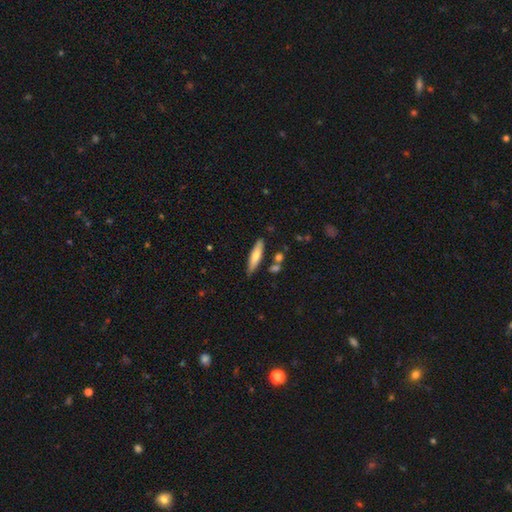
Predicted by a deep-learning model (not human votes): smooth_or_featured: smooth (p=0.69) [alt: featured or disk p=0.25]
how_rounded: cigar-shaped (p=0.79) [alt: in between p=0.19]
merging: none (p=0.79) [alt: minor disturbance p=0.13]